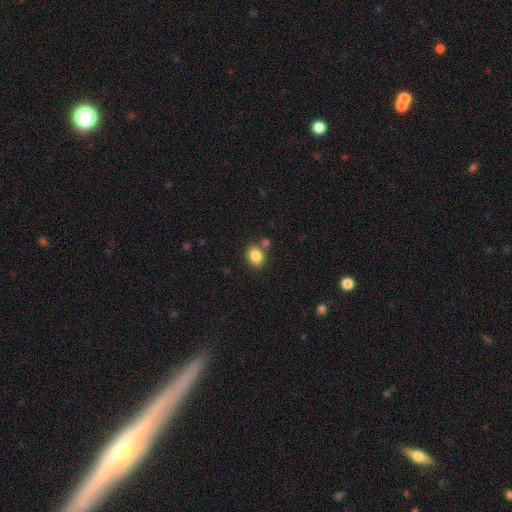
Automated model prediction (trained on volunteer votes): Smooth or featured: smooth — 84% (star or artifact — 9%)
How rounded: round — 61% (in between — 38%)
Merging: none — 71% (merger — 15%)